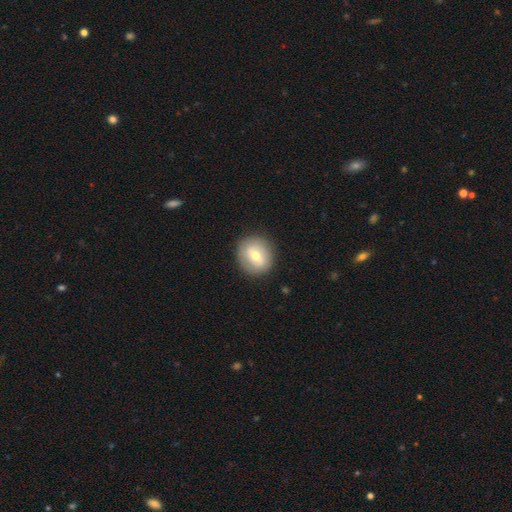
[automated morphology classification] Smooth or featured? Predicted: smooth (p=0.57). How rounded? Predicted: round (p=0.78). Merging? Predicted: none (p=0.86).